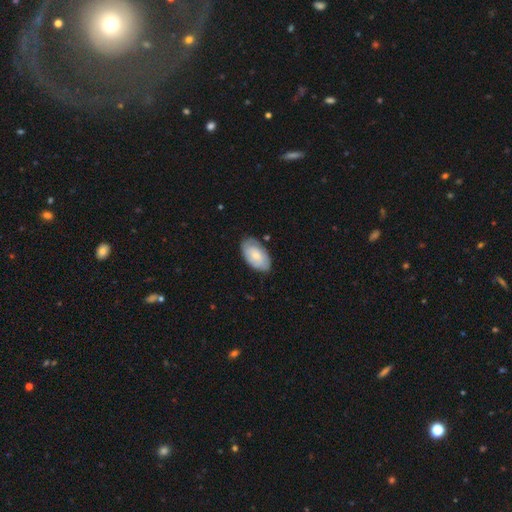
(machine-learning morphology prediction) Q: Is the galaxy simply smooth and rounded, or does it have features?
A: smooth — 63%.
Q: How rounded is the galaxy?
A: in between — 95%.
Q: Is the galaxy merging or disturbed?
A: none — 76%.